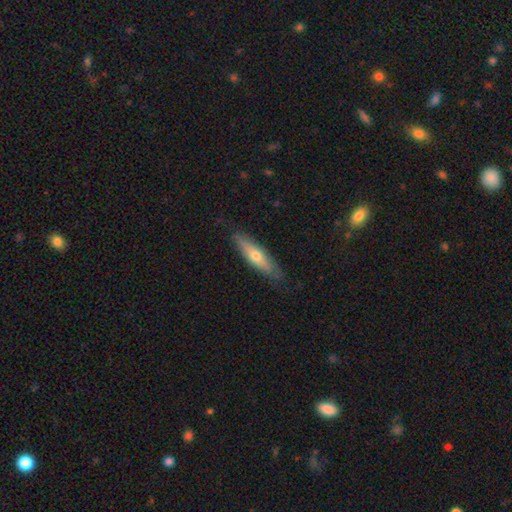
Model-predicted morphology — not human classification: Smooth or featured? smooth (51%)
How rounded? cigar-shaped (72%)
Merging? none (83%)